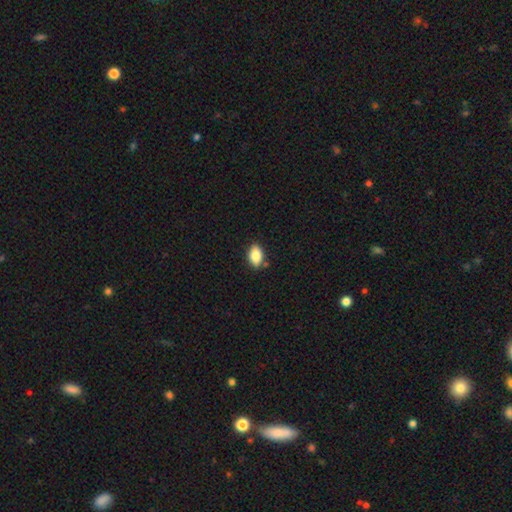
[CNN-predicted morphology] A smooth galaxy with no disk features (83%) that is in between round and cigar-shaped (89%).

Vote fractions:
- Smooth or featured? smooth: 83% / featured or disk: 9% / star or artifact: 8%
- How rounded? in between: 89% / round: 8% / cigar-shaped: 3%
- Merging? none: 81% / minor disturbance: 13% / merger: 3% / major disturbance: 2%